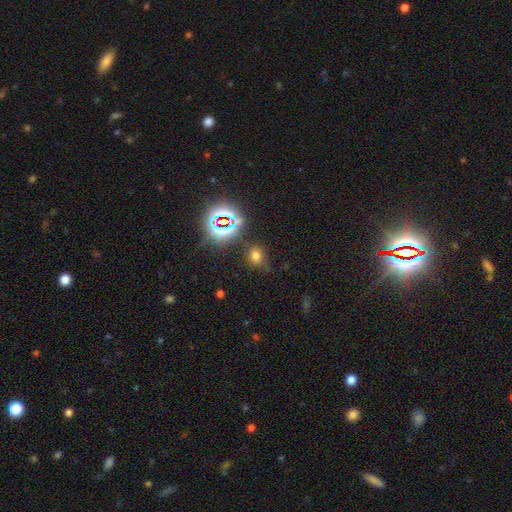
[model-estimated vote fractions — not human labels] Overall: smooth (60%; star or artifact 32%). How rounded: round (61%; in between 38%). Merging: none (72%).